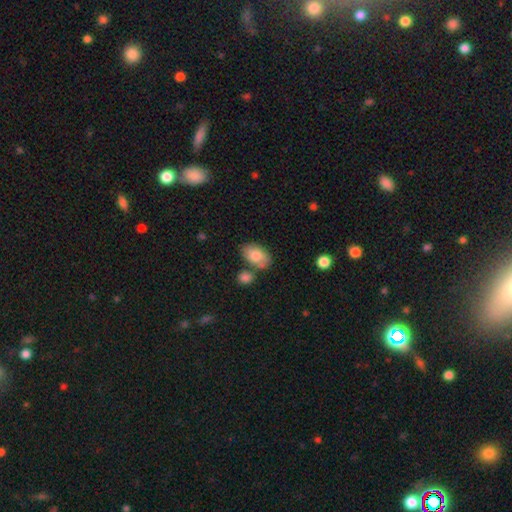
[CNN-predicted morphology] smooth 81%, featured or disk 12%, star or artifact 6%. Down the decision tree: how rounded — in between (91%); merging — none (62%).